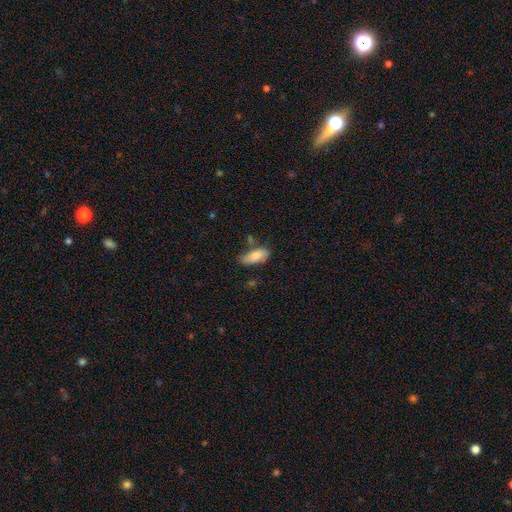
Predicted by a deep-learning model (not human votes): Smooth or featured? smooth (80%)
How rounded? in between (84%)
Merging? none (57%)